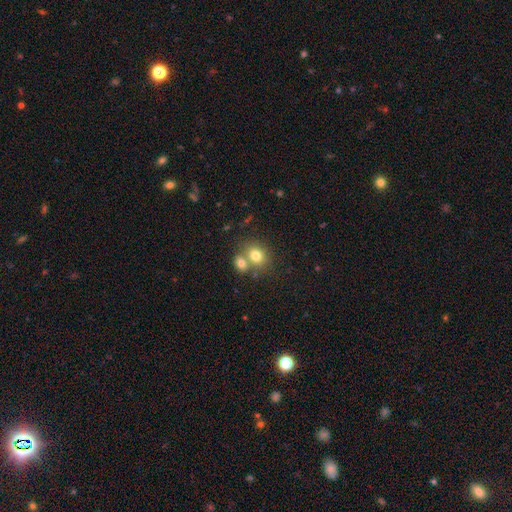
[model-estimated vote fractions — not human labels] Overall: smooth (77%). How rounded: round (63%; in between 36%). Merging: merger (46%; none 43%).